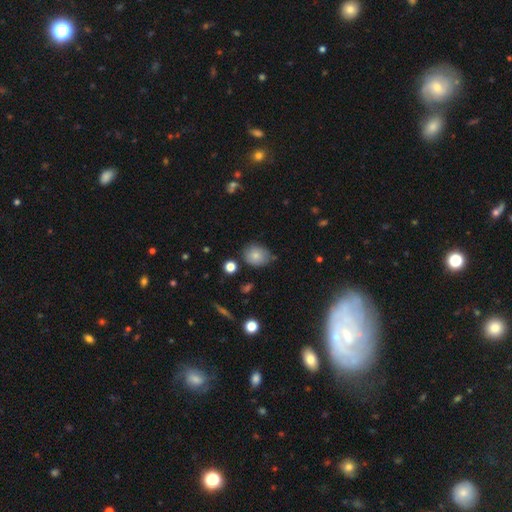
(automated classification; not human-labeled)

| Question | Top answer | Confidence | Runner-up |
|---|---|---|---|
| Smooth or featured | smooth | 79% | featured or disk (11%) |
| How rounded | round | 62% | in between (37%) |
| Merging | none | 69% | minor disturbance (23%) |